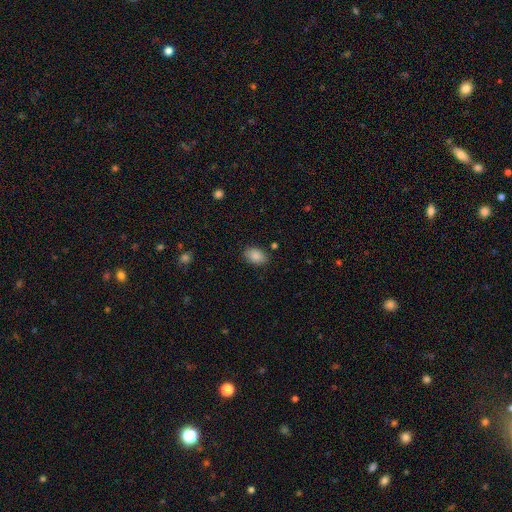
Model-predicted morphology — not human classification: This is clearly a smooth galaxy (88%). How rounded: clearly in between (86%). Merging: clearly none (85%).